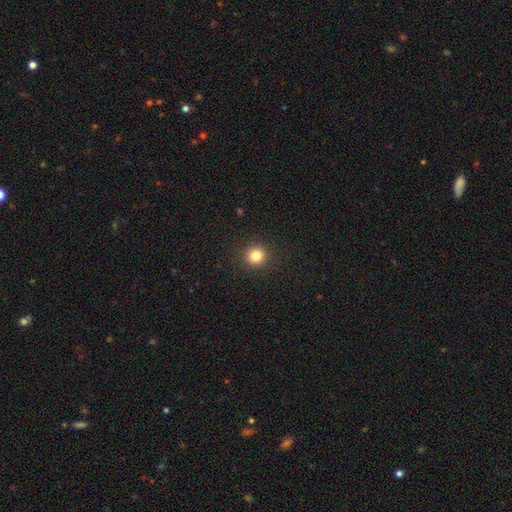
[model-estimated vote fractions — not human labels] Smooth or featured?
  - smooth: 83% *
  - star or artifact: 12%
  - featured or disk: 5%
How rounded?
  - round: 94% *
  - in between: 5%
  - cigar-shaped: 1%
Merging?
  - none: 92% *
  - minor disturbance: 5%
  - major disturbance: 2%
  - merger: 1%